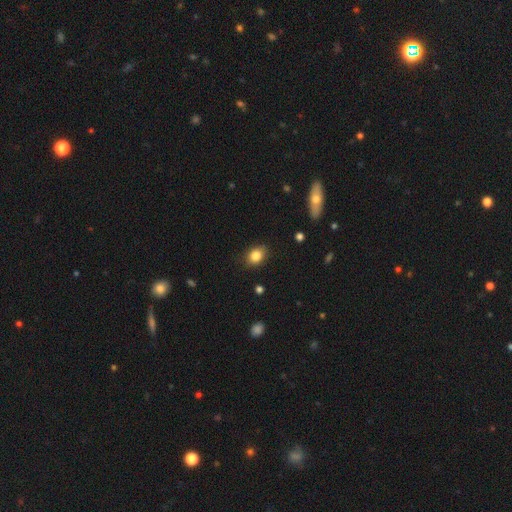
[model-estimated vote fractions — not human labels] smooth_or_featured: smooth (p=0.84) [alt: star or artifact p=0.09]
how_rounded: in between (p=0.61) [alt: round p=0.38]
merging: none (p=0.80) [alt: minor disturbance p=0.15]